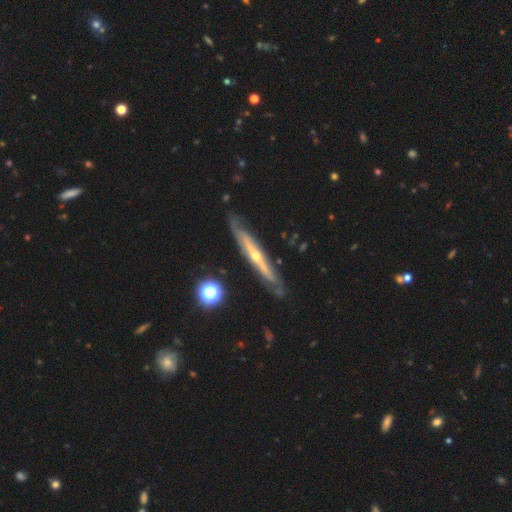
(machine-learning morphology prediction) featured or disk 79%, smooth 15%, star or artifact 6%. Down the decision tree: edge-on disk — yes (83%); edge-on bulge — rounded (75%); merging — none (78%).